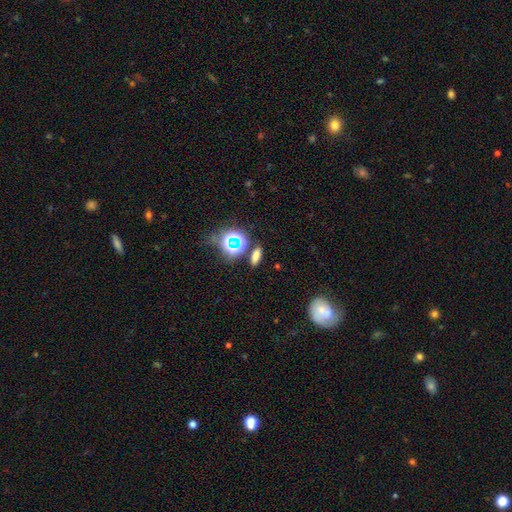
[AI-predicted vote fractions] A smooth galaxy with no disk features (69%) that is in between round and cigar-shaped (64%). Merging: none (82%).